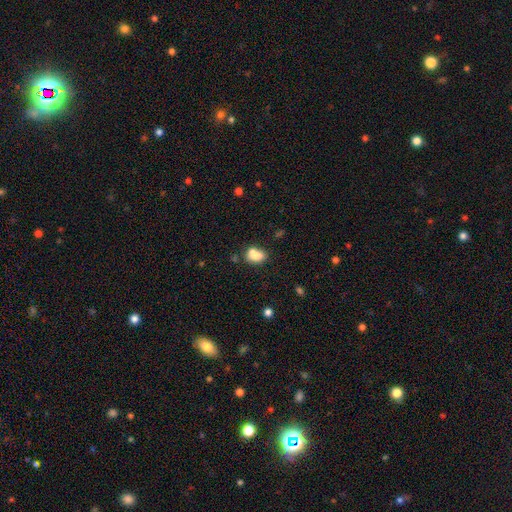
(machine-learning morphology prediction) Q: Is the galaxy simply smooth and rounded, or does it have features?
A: smooth — 77%.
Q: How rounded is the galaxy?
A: in between — 76%.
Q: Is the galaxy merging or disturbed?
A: none — 40%.